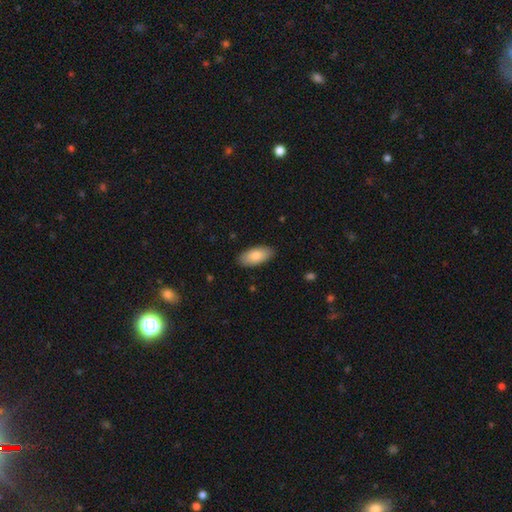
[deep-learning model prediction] smooth-or-featured: smooth: 83% | featured or disk: 11% | star or artifact: 6%
  how-rounded: in between: 91% | cigar-shaped: 7% | round: 2%
  merging: none: 88% | minor disturbance: 9% | major disturbance: 2% | merger: 1%